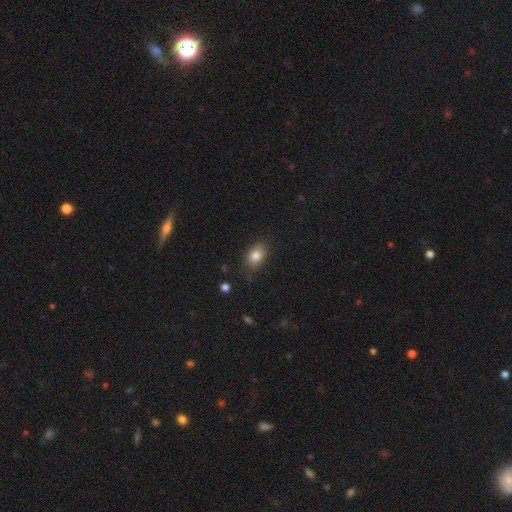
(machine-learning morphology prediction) smooth-or-featured: smooth: 82% | star or artifact: 9% | featured or disk: 8%
  how-rounded: in between: 78% | round: 21% | cigar-shaped: 1%
  merging: none: 80% | minor disturbance: 15% | major disturbance: 3% | merger: 1%